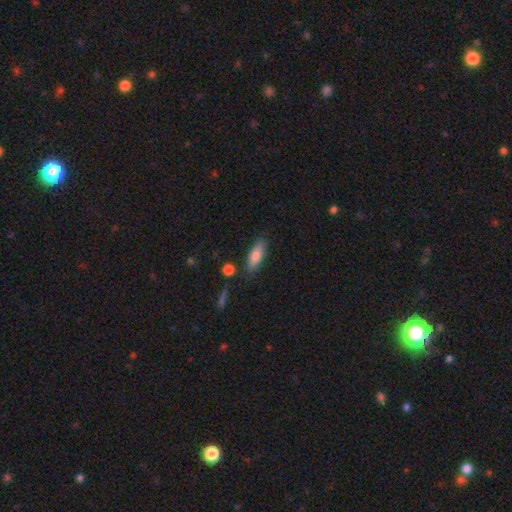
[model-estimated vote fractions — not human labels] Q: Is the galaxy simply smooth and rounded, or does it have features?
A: smooth — 81%.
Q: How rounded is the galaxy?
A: in between — 65%.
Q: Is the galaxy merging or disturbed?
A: none — 81%.